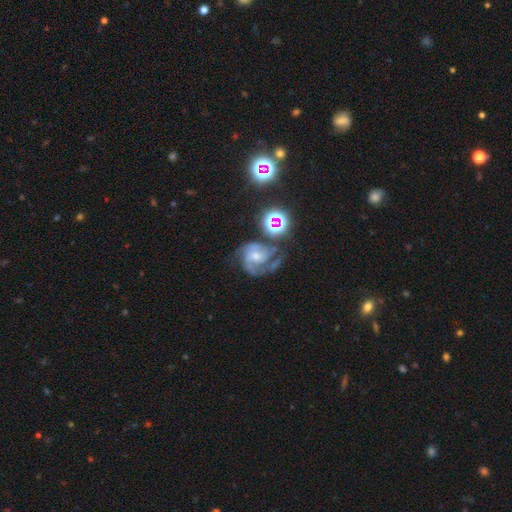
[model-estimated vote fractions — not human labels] Overall: featured or disk (77%). Edge-on disk: no (98%). Bar: no (56%; weak 34%). Spiral arms: yes (96%). Spiral arm count: 2 (38%; 3 32%). Spiral winding: medium (48%; tight 40%). Bulge size: small (52%; moderate 42%). Merging: none (55%; minor disturbance 21%).